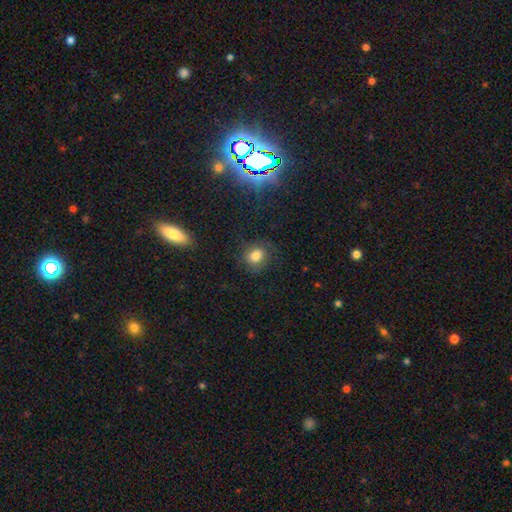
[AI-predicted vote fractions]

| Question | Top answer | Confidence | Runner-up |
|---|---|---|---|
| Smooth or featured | smooth | 67% | featured or disk (18%) |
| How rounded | round | 68% | in between (31%) |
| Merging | none | 71% | minor disturbance (17%) |